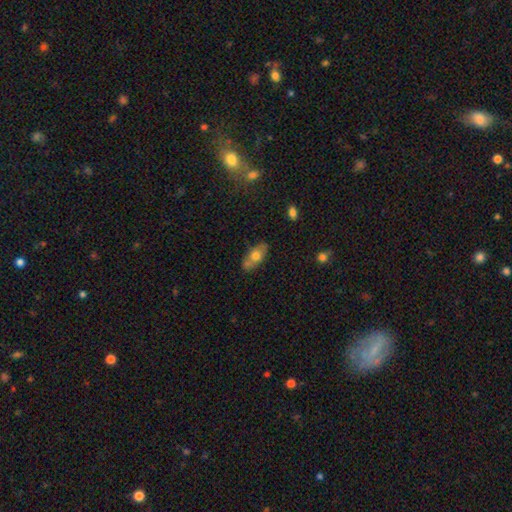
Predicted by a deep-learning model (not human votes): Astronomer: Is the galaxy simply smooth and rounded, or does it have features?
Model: smooth — 62%.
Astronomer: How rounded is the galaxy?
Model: in between — 83%.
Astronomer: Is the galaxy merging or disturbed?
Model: none — 74%.